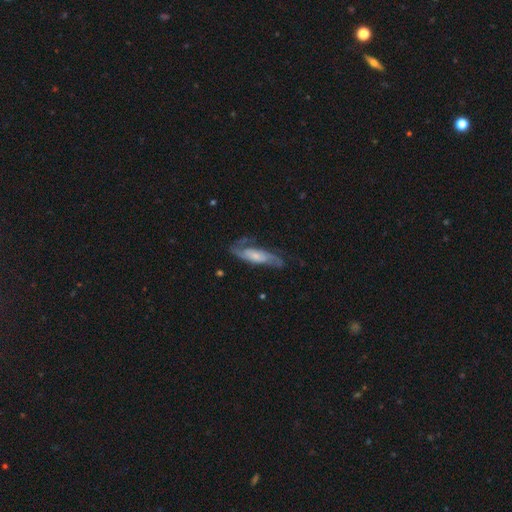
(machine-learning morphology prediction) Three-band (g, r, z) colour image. It shows a featured or disk galaxy (74%) with no bar (61%), 2 (74%) medium (46%) spiral arms (91%) and a small central bulge (51%). Merging: none (61%).